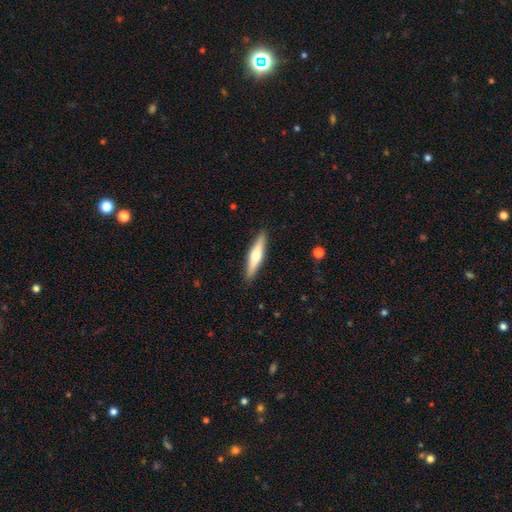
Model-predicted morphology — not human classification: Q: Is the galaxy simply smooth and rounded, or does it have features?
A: featured or disk — 51%.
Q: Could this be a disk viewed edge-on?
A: yes — 95%.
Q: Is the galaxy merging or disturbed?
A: none — 90%.